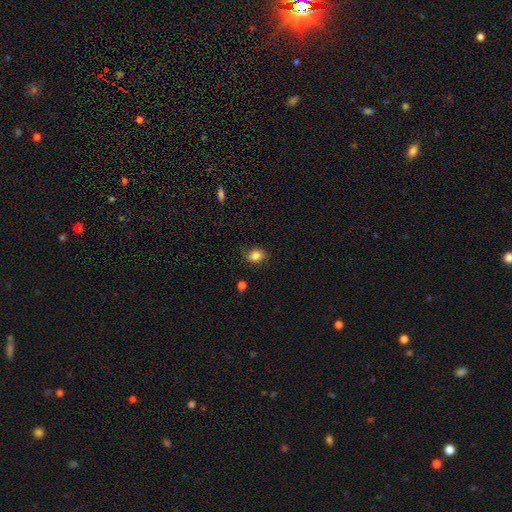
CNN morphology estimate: A smooth galaxy with no disk features (83%) that is round (55%).

Vote fractions:
- Smooth or featured? smooth: 83% / star or artifact: 10% / featured or disk: 7%
- How rounded? round: 55% / in between: 44% / cigar-shaped: 1%
- Merging? none: 75% / minor disturbance: 19% / major disturbance: 4% / merger: 1%